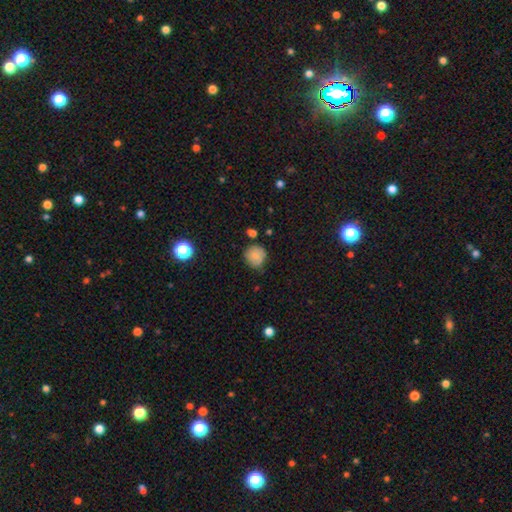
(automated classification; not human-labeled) Overall: smooth (78%). How rounded: round (88%). Merging: none (70%).